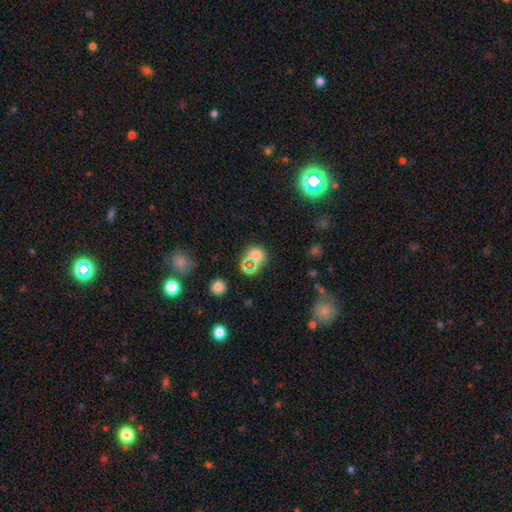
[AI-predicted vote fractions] smooth_or_featured: smooth (p=0.58) [alt: star or artifact p=0.35]
how_rounded: round (p=0.78) [alt: in between p=0.21]
merging: none (p=0.78) [alt: minor disturbance p=0.12]